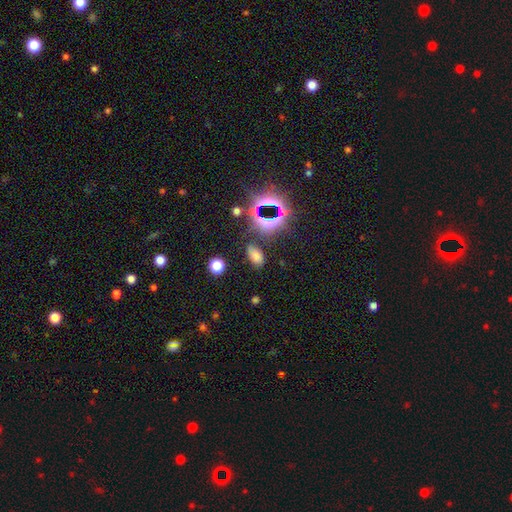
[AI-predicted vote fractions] Morphology: type=smooth (64%); roundness=in between (89%); merging=none (73%).